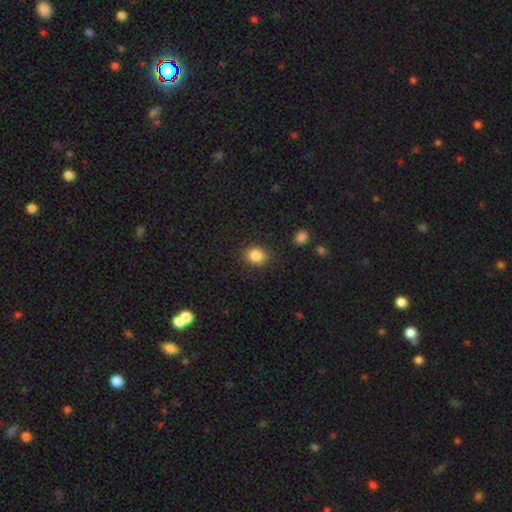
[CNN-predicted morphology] This appears to be a smooth galaxy with no disk features (85%) that is round (52%). Merging: none (83%).